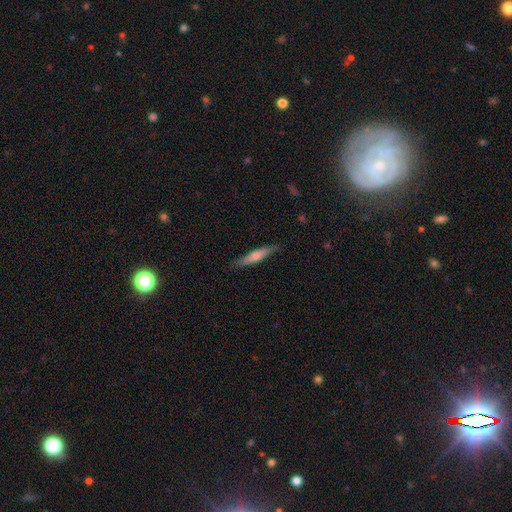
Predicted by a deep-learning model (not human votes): Smooth or featured? Predicted: smooth (p=0.53). How rounded? Predicted: cigar-shaped (p=0.88). Merging? Predicted: none (p=0.85).